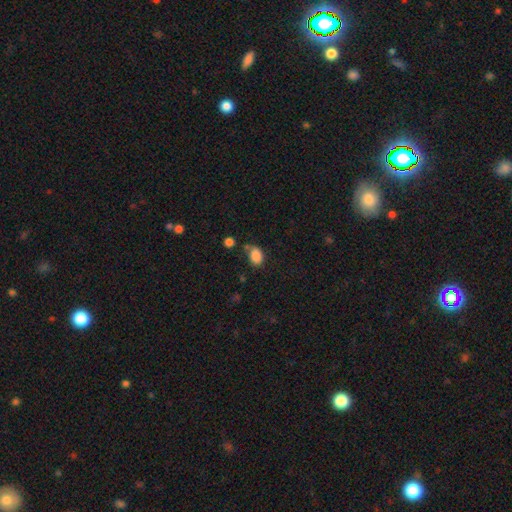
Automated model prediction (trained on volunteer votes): smooth 85%, star or artifact 9%, featured or disk 6%. Down the decision tree: how rounded — in between (77%); merging — none (54%).